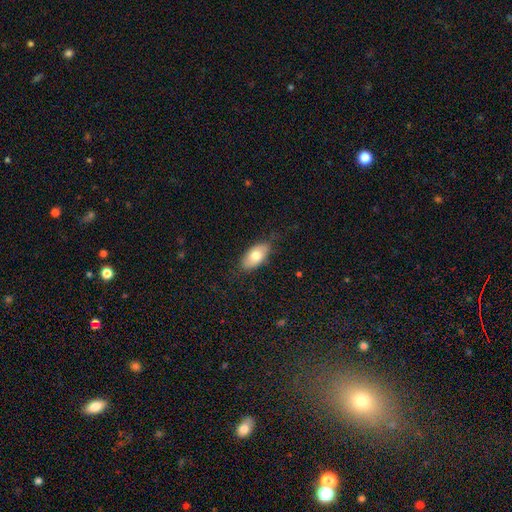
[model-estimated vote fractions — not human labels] Morphology: type=smooth (74%); roundness=in between (92%); merging=none (79%).